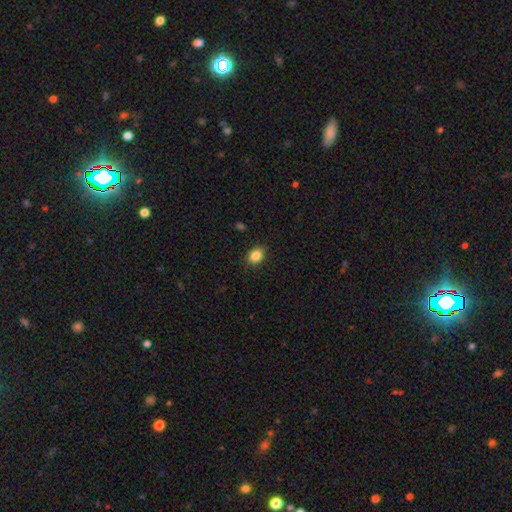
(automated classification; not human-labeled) Smooth or featured?
  - smooth: 85% *
  - star or artifact: 9%
  - featured or disk: 5%
How rounded?
  - in between: 62% *
  - round: 37%
  - cigar-shaped: 1%
Merging?
  - none: 88% *
  - minor disturbance: 8%
  - major disturbance: 2%
  - merger: 1%